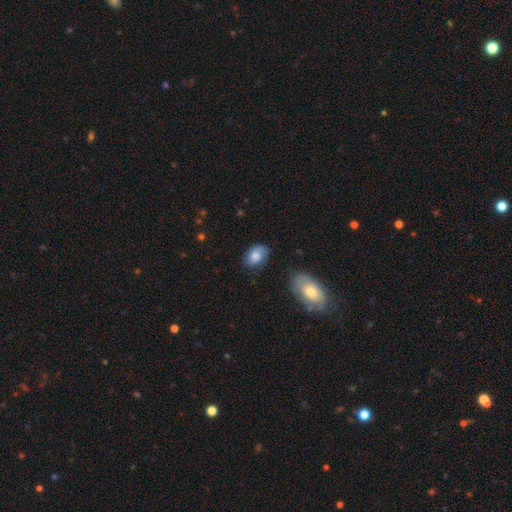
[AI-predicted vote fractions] Smooth or featured: smooth — 63% (featured or disk — 29%)
How rounded: in between — 79% (round — 20%)
Merging: none — 64% (minor disturbance — 25%)